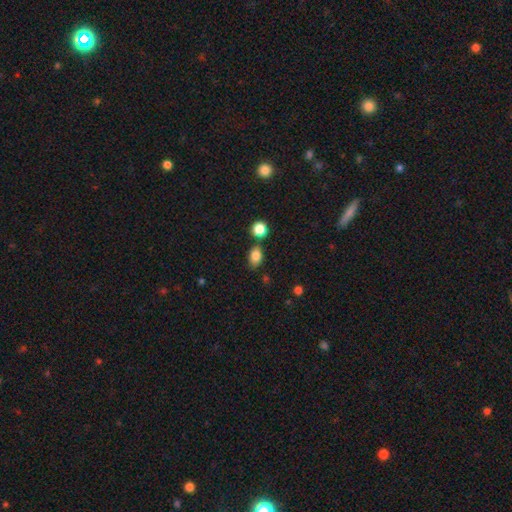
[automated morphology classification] A smooth galaxy with no disk features (83%) that is in between round and cigar-shaped (77%).

Vote fractions:
- Smooth or featured? smooth: 83% / star or artifact: 10% / featured or disk: 6%
- How rounded? in between: 77% / round: 22% / cigar-shaped: 2%
- Merging? none: 72% / minor disturbance: 13% / merger: 11% / major disturbance: 3%